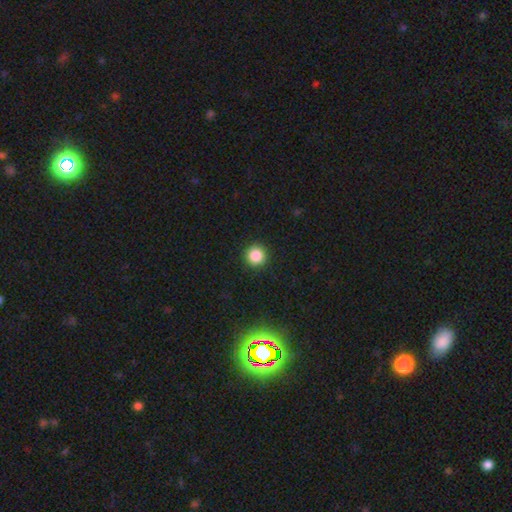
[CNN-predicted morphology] smooth 86%, star or artifact 11%, featured or disk 3%. Down the decision tree: how rounded — round (95%); merging — none (92%).